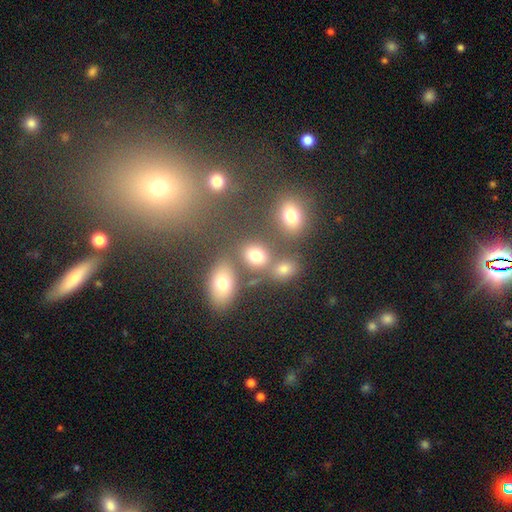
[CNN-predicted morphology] smooth_or_featured: star or artifact (p=0.53) [alt: smooth p=0.34]